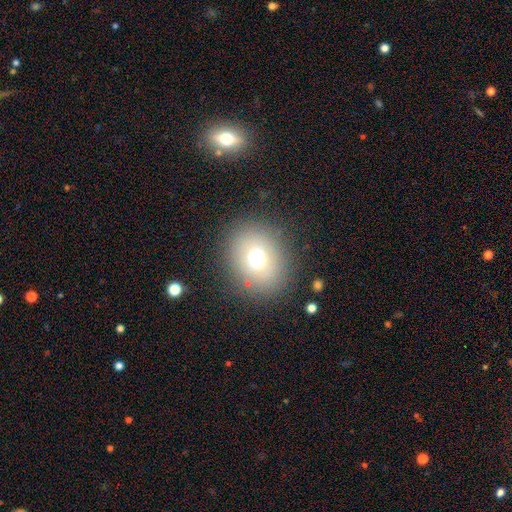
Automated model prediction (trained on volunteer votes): The model was most divided on "how rounded": round: 60%, in between: 39%, cigar-shaped: 1%. More confident: merging — none (84%); smooth or featured — smooth (70%).